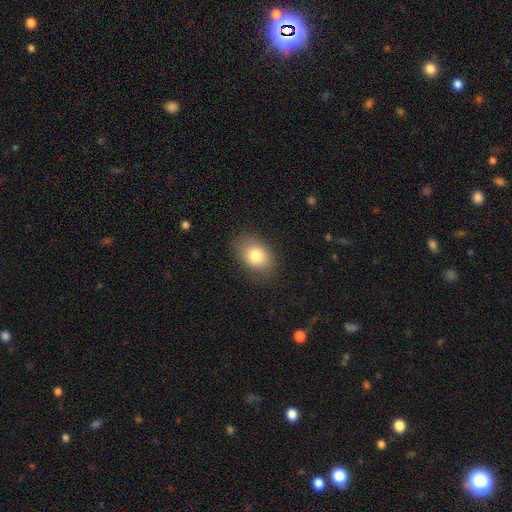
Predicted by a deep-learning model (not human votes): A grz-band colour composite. It shows a smooth galaxy with no disk features (81%) that is in between round and cigar-shaped (81%). Merging: none (83%).